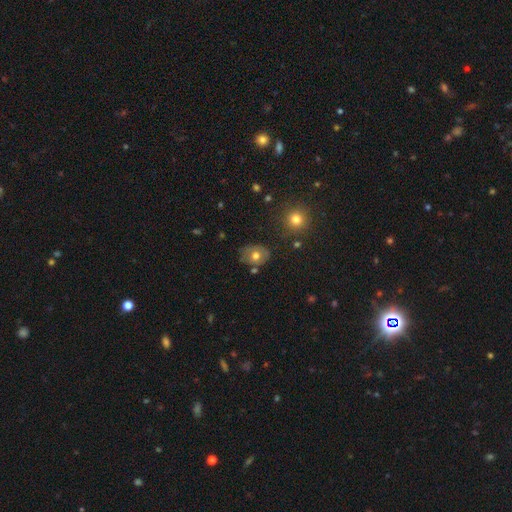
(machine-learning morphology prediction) This appears to be a smooth galaxy with no disk features (63%) that is in between round and cigar-shaped (52%). Merging: none (69%).